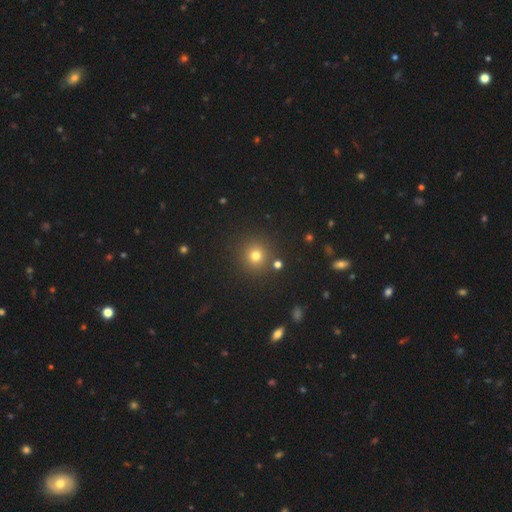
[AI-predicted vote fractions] Smooth or featured?
  - smooth: 75% *
  - star or artifact: 18%
  - featured or disk: 7%
How rounded?
  - round: 94% *
  - in between: 5%
  - cigar-shaped: 1%
Merging?
  - none: 87% *
  - minor disturbance: 6%
  - merger: 4%
  - major disturbance: 2%